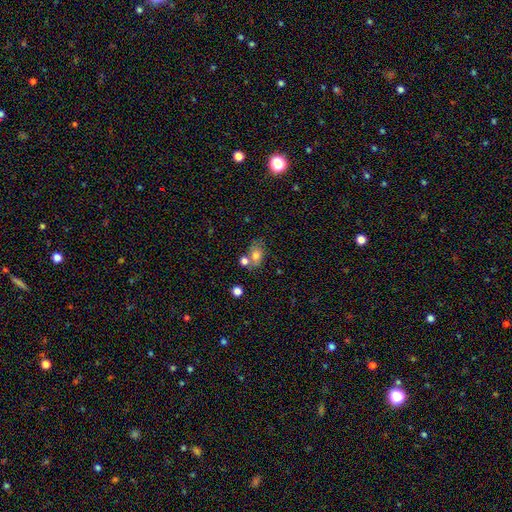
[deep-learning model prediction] Morphology: type=smooth (71%); roundness=in between (76%); merging=none (46%).